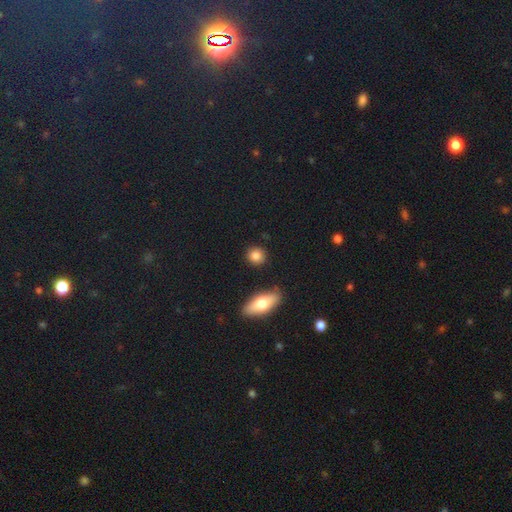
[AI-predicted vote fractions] Smooth or featured?
  - smooth: 85% *
  - star or artifact: 8%
  - featured or disk: 7%
How rounded?
  - round: 84% *
  - in between: 14%
  - cigar-shaped: 2%
Merging?
  - none: 87% *
  - minor disturbance: 8%
  - merger: 3%
  - major disturbance: 2%